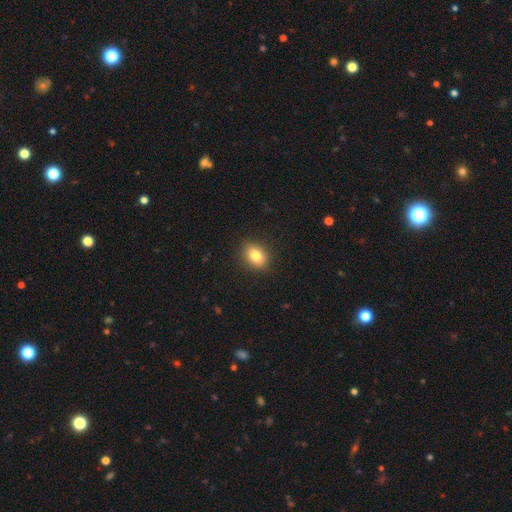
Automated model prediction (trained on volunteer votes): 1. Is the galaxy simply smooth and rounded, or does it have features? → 81% smooth, 10% star or artifact, 9% featured or disk.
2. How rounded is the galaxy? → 68% in between, 30% round, 1% cigar-shaped.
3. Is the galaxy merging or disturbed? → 89% none, 8% minor disturbance, 2% major disturbance, 1% merger.